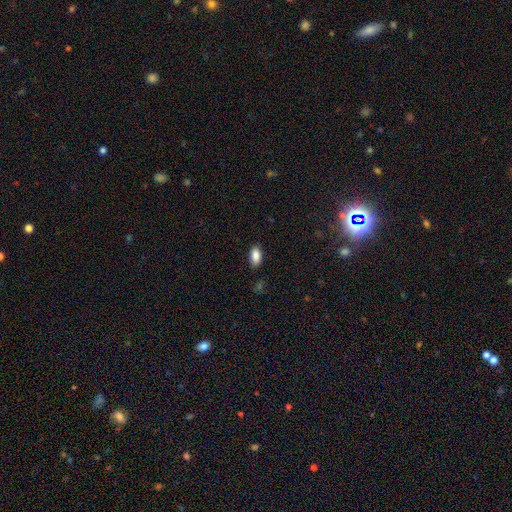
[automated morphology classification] Overall: smooth (88%). How rounded: in between (91%). Merging: none (87%).